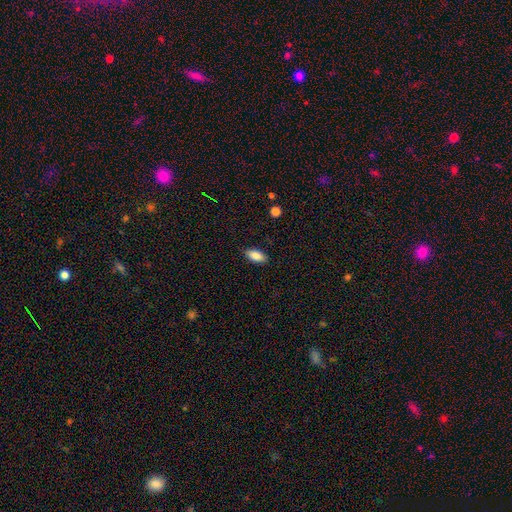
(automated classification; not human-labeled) Smooth or featured: smooth — 86% (featured or disk — 7%)
How rounded: in between — 89% (cigar-shaped — 8%)
Merging: none — 87% (minor disturbance — 10%)